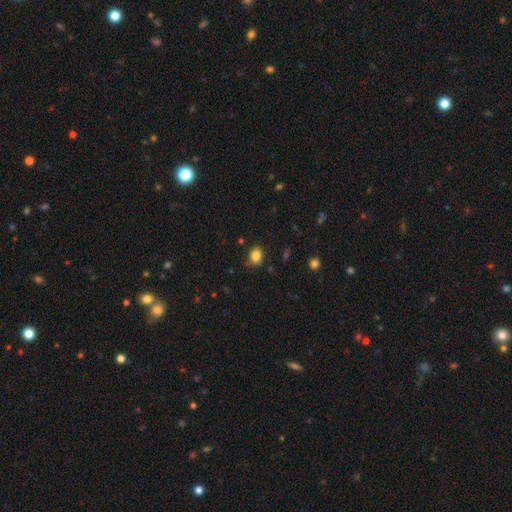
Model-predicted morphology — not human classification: Smooth or featured? Predicted: smooth (p=0.84). How rounded? Predicted: round (p=0.50). Merging? Predicted: none (p=0.76).